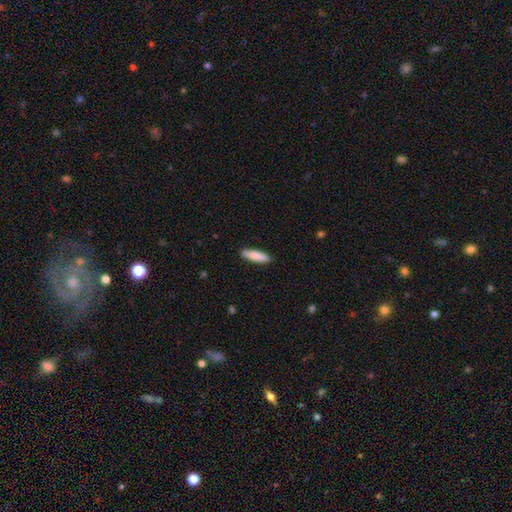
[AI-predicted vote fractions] Morphology: type=smooth (84%); roundness=cigar-shaped (67%); merging=none (89%).